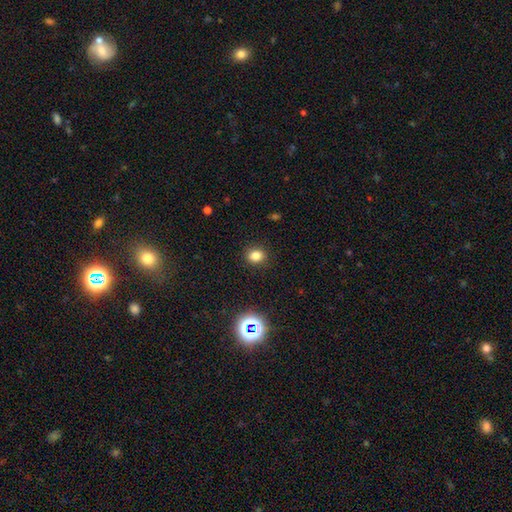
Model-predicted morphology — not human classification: Smooth or featured? smooth (79%)
How rounded? round (66%)
Merging? none (89%)